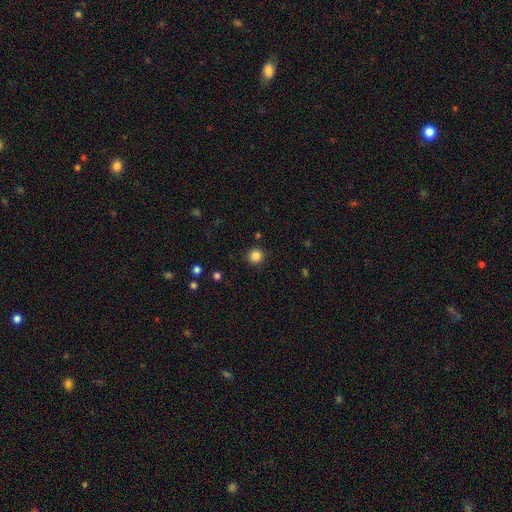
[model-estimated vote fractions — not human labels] Overall: smooth (85%). How rounded: round (95%). Merging: none (90%).